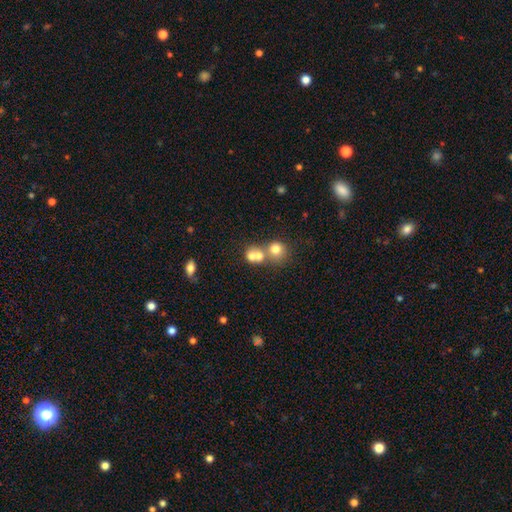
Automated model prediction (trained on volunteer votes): smooth-or-featured: smooth: 67% | featured or disk: 18% | star or artifact: 15%
  how-rounded: round: 75% | in between: 23% | cigar-shaped: 1%
  merging: merger: 57% | none: 33% | minor disturbance: 6% | major disturbance: 4%